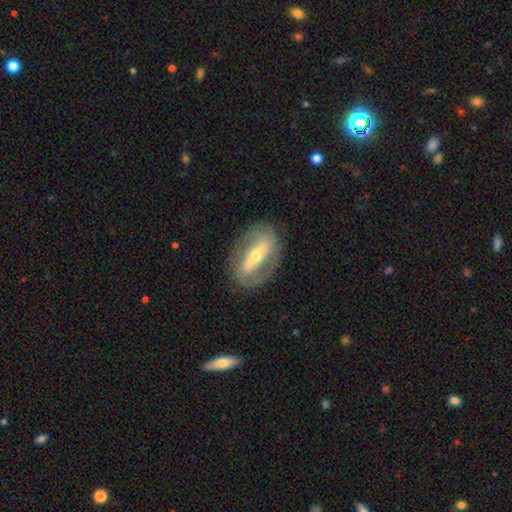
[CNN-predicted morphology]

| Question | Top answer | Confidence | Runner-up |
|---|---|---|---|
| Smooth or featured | featured or disk | 82% | smooth (13%) |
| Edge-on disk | no | 89% | yes (11%) |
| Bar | strong | 72% | weak (18%) |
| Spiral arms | yes | 76% | no (24%) |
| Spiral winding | tight | 47% | medium (37%) |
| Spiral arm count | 2 | 82% | can't tell (11%) |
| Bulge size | small | 50% | moderate (44%) |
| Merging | none | 82% | minor disturbance (11%) |